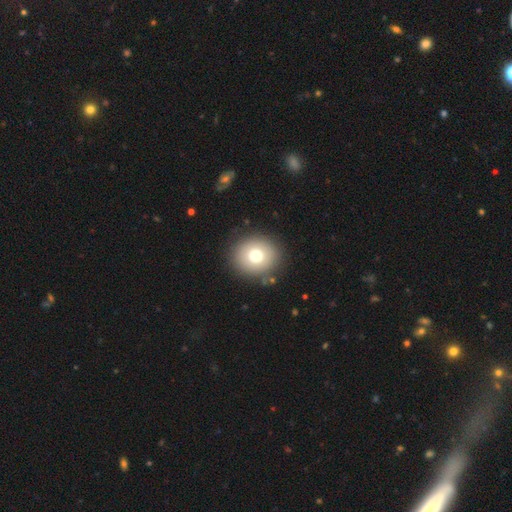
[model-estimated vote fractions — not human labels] A smooth galaxy with no disk features (74%) that is round (86%). Merging: none (89%).